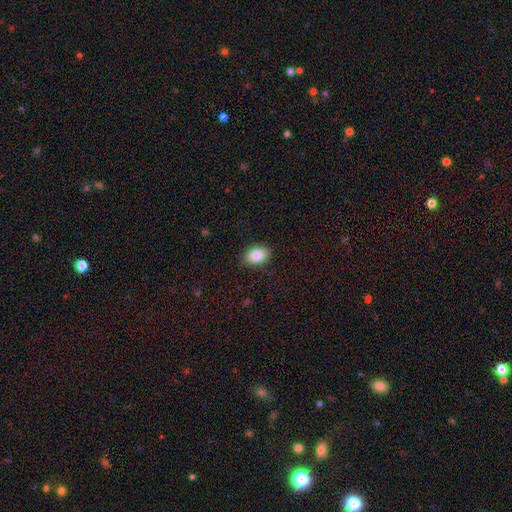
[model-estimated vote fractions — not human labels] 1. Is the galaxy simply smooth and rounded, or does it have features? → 85% smooth, 8% star or artifact, 7% featured or disk.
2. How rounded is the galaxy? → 82% in between, 17% round, 1% cigar-shaped.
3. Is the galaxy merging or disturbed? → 88% none, 9% minor disturbance, 2% major disturbance, 1% merger.